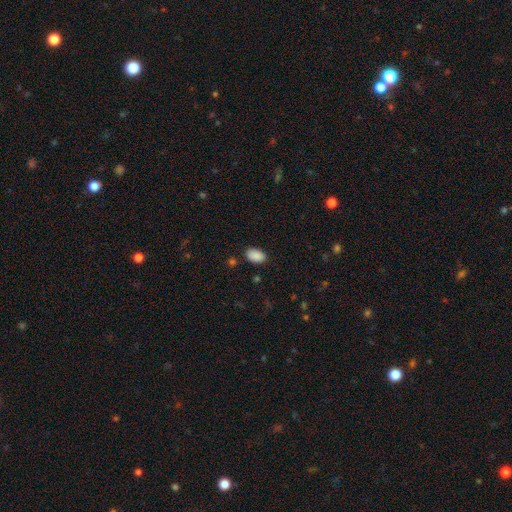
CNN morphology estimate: Smooth or featured? Predicted: smooth (p=0.89). How rounded? Predicted: in between (p=0.92). Merging? Predicted: none (p=0.85).